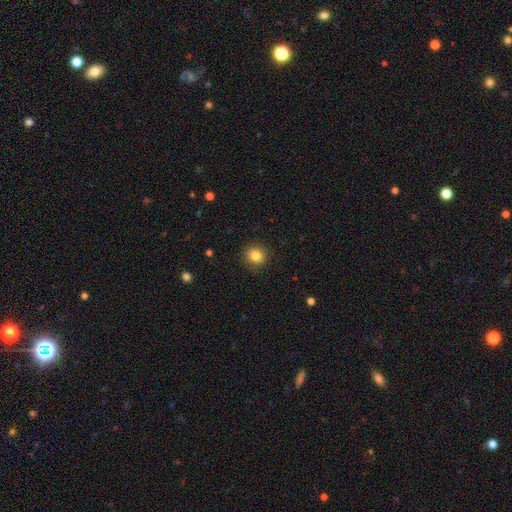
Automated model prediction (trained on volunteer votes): Morphology: type=smooth (84%); roundness=round (88%); merging=none (89%).